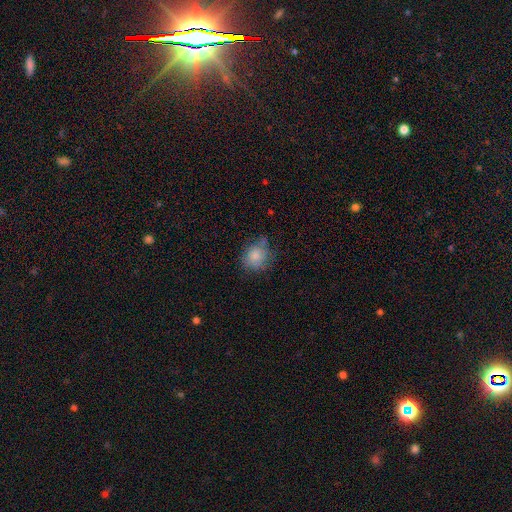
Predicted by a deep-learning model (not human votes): A smooth galaxy with no disk features (82%) that is round (73%).

Vote fractions:
- Smooth or featured? smooth: 82% / star or artifact: 9% / featured or disk: 9%
- How rounded? round: 73% / in between: 26% / cigar-shaped: 1%
- Merging? none: 62% / minor disturbance: 27% / major disturbance: 8% / merger: 4%